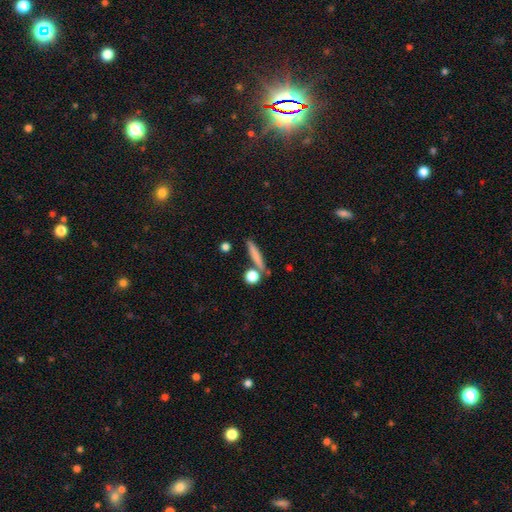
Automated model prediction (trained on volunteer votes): This appears to be a smooth galaxy with no disk features (74%) that is cigar-shaped (83%). Merging: none (77%).